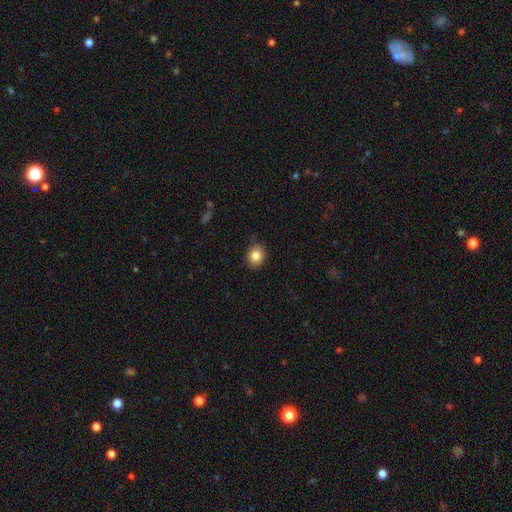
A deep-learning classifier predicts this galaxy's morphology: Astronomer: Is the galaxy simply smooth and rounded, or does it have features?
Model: smooth — 84%.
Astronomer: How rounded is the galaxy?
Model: round — 67%.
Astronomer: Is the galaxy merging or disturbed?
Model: none — 83%.